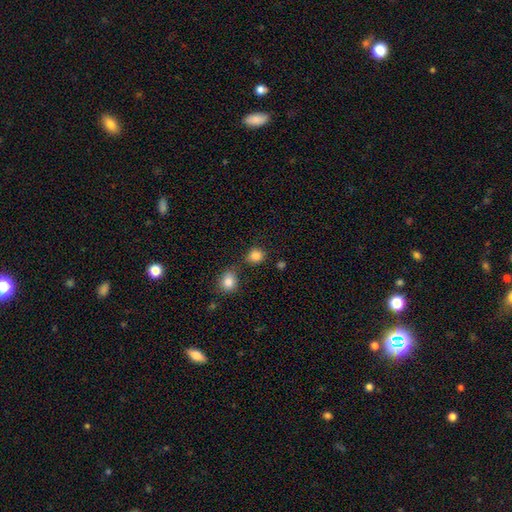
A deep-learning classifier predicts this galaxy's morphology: The model was most divided on "merging": none: 75%, minor disturbance: 11%, merger: 10%, major disturbance: 4%. More confident: smooth or featured — smooth (84%); how rounded — round (82%).